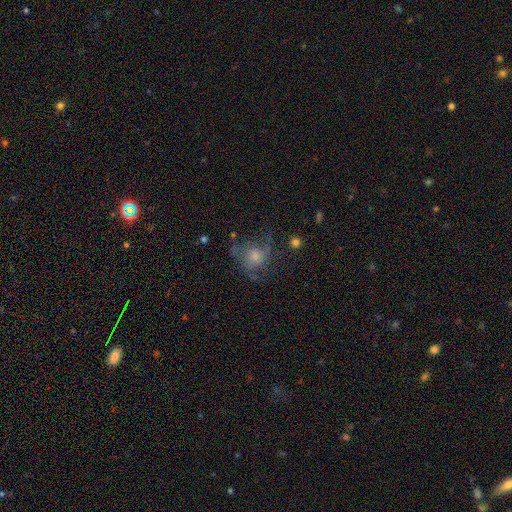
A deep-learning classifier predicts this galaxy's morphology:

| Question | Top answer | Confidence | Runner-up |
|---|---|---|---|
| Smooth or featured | featured or disk | 47% | smooth (34%) |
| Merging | none | 55% | major disturbance (23%) |